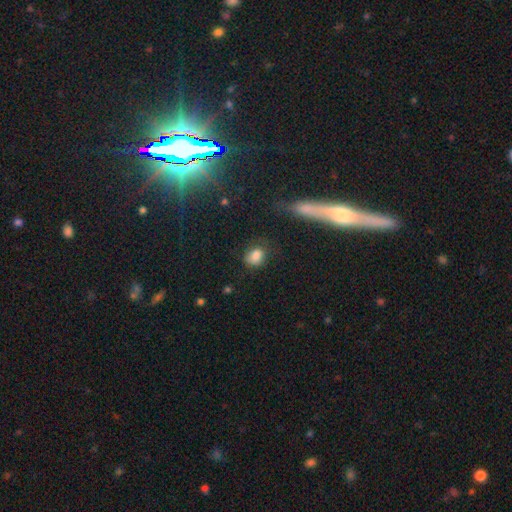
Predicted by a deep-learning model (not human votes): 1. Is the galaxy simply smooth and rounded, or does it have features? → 83% smooth, 11% star or artifact, 6% featured or disk.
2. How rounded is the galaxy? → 55% in between, 43% round, 2% cigar-shaped.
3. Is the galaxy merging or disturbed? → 64% none, 23% minor disturbance, 9% major disturbance, 4% merger.